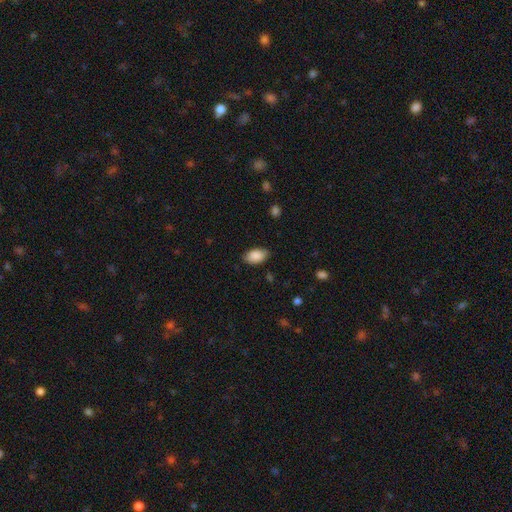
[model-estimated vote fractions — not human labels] A smooth galaxy with no disk features (89%) that is in between round and cigar-shaped (93%).

Vote fractions:
- Smooth or featured? smooth: 89% / star or artifact: 7% / featured or disk: 5%
- How rounded? in between: 93% / round: 6% / cigar-shaped: 1%
- Merging? none: 82% / minor disturbance: 14% / major disturbance: 3% / merger: 1%